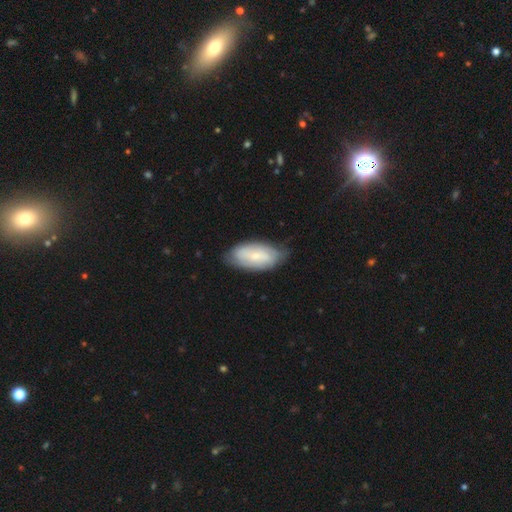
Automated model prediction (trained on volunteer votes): Smooth or featured? smooth (55%)
How rounded? in between (92%)
Merging? none (72%)